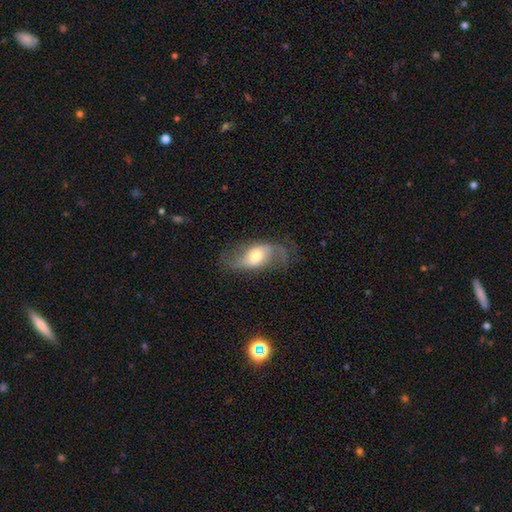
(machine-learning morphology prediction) A featured or disk galaxy (72%) with no bar (54%), 2 (88%) loose (70%) spiral arms (89%) and a moderate central bulge (58%). Merging: none (65%).